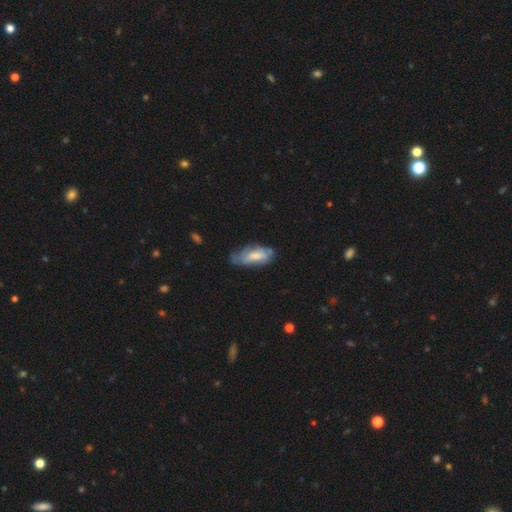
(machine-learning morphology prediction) A smooth galaxy with no disk features (58%) that is in between round and cigar-shaped (80%).

Vote fractions:
- Smooth or featured? smooth: 58% / featured or disk: 36% / star or artifact: 7%
- How rounded? in between: 80% / cigar-shaped: 17% / round: 2%
- Merging? none: 44% / minor disturbance: 36% / major disturbance: 16% / merger: 3%